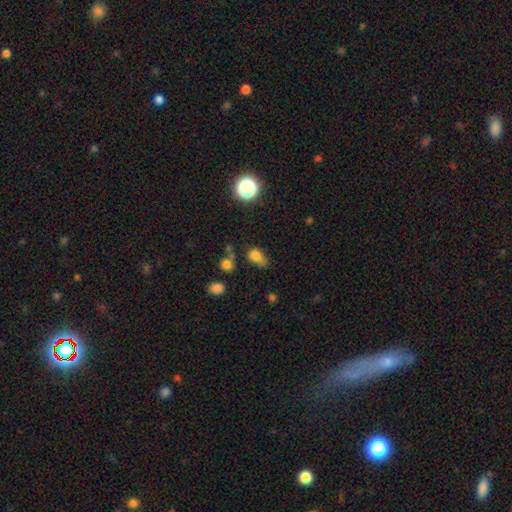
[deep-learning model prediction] A smooth galaxy with no disk features (77%) that is in between round and cigar-shaped (65%). Merging: none (43%).